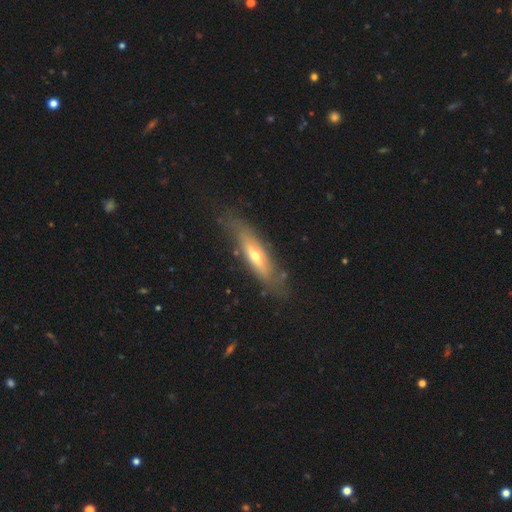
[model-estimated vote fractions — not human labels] The model was most divided on "smooth or featured": featured or disk: 52%, smooth: 41%, star or artifact: 7%. More confident: merging — none (73%); edge-on disk — yes (66%).